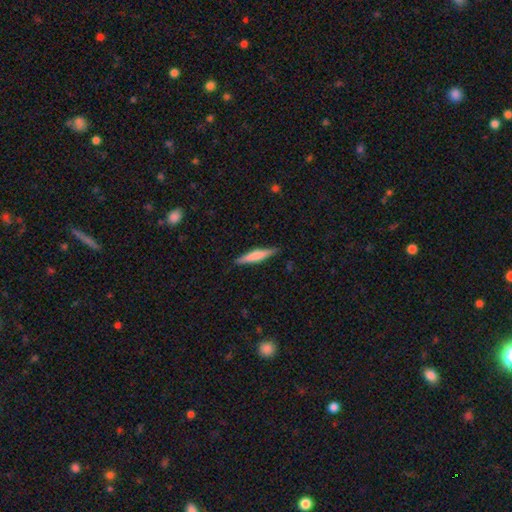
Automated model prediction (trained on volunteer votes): Smooth or featured? Predicted: smooth (p=0.57). How rounded? Predicted: cigar-shaped (p=0.89). Merging? Predicted: none (p=0.89).